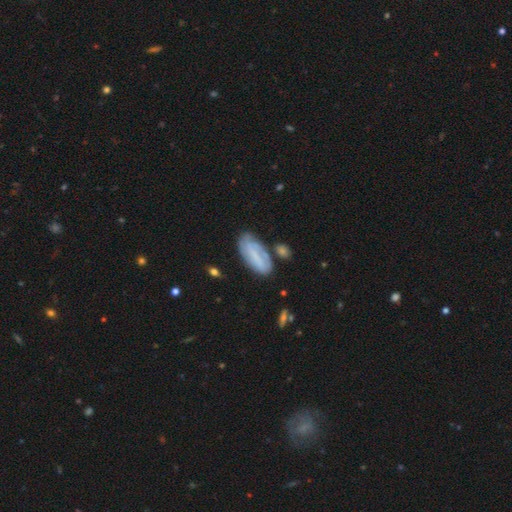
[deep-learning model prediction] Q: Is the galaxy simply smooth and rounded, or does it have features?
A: smooth — 52%.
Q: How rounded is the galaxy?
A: in between — 79%.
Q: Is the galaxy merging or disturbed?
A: none — 60%.